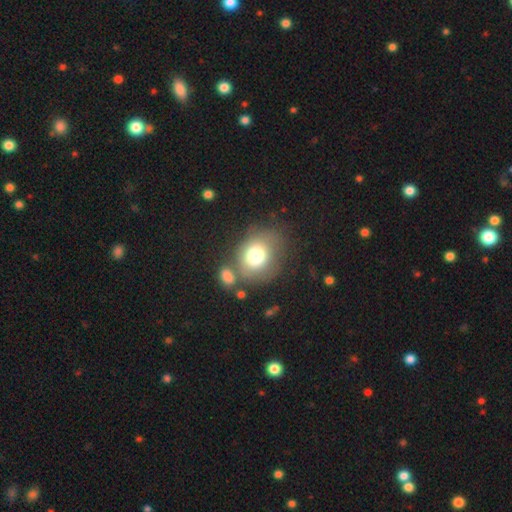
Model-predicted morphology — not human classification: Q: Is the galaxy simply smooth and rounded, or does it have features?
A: smooth — 73%.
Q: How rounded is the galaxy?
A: round — 62%.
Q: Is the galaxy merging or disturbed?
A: none — 52%.